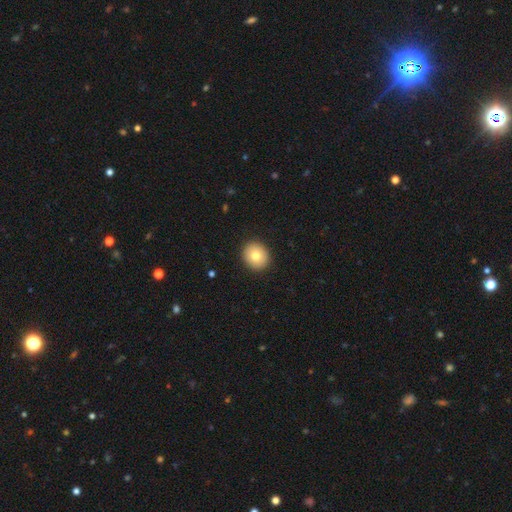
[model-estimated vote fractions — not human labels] Morphology: type=smooth (79%); roundness=round (74%); merging=none (91%).